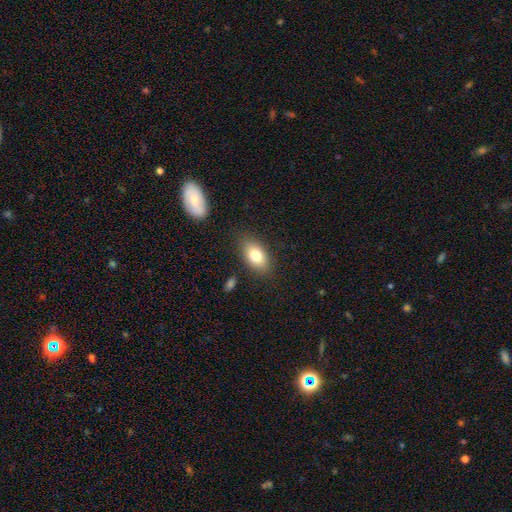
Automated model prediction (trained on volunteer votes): This appears to be a smooth galaxy with no disk features (77%) that is in between round and cigar-shaped (88%). Merging: none (82%).